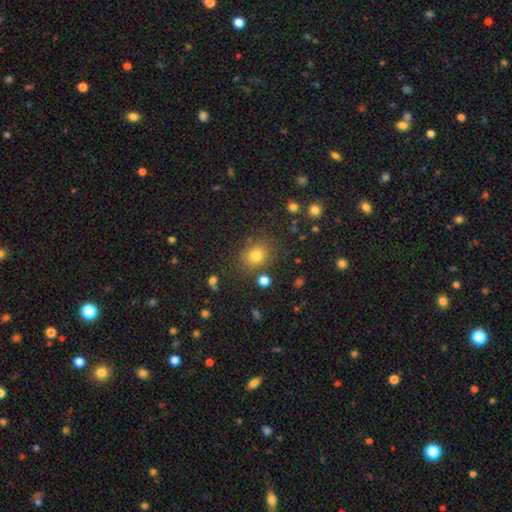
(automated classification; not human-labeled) The model was most divided on "how rounded": round: 62%, in between: 37%, cigar-shaped: 1%. More confident: merging — none (82%); smooth or featured — smooth (76%).